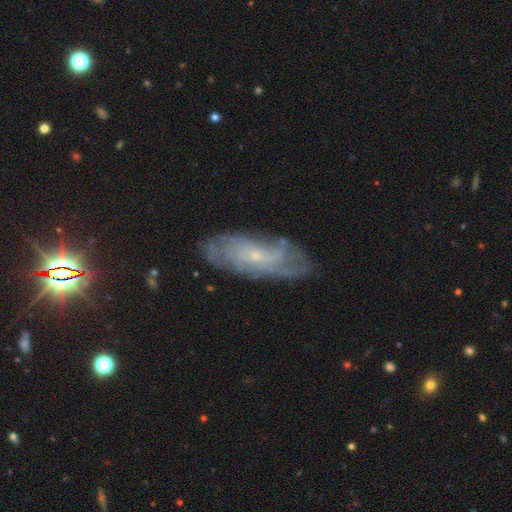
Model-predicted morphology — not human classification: type=featured or disk (76%); edge-on=no (88%); bar=no (71%); spiral arms=yes (90%); winding=tight (62%); arm count=can't tell (53%); bulge=small (82%); merging=none (78%).